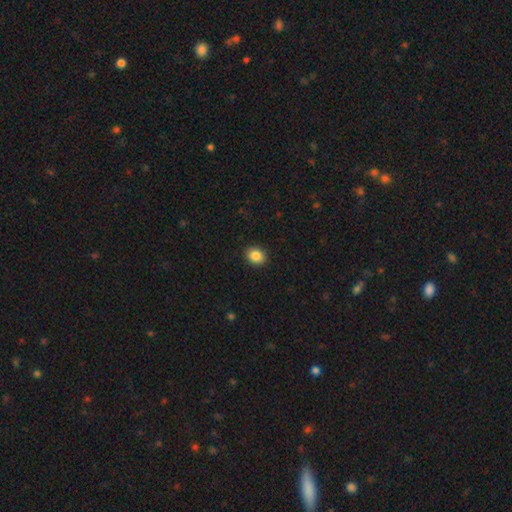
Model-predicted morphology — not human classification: smooth-or-featured: smooth: 87% | star or artifact: 9% | featured or disk: 4%
  how-rounded: round: 54% | in between: 45% | cigar-shaped: 1%
  merging: none: 91% | minor disturbance: 6% | major disturbance: 2% | merger: 1%